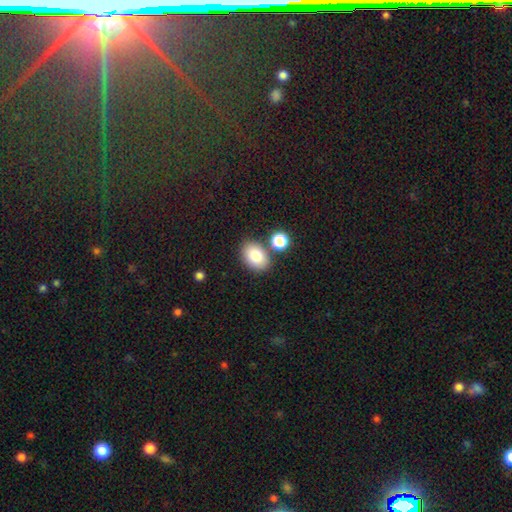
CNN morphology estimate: Smooth or featured?
  - smooth: 83% *
  - star or artifact: 9%
  - featured or disk: 8%
How rounded?
  - in between: 83% *
  - round: 16%
  - cigar-shaped: 1%
Merging?
  - none: 77% *
  - minor disturbance: 11%
  - merger: 9%
  - major disturbance: 3%